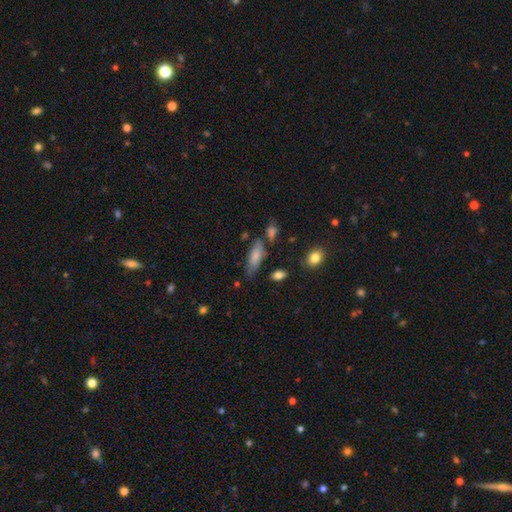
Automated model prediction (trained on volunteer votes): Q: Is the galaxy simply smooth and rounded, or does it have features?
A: smooth — 76%.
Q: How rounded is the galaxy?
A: in between — 66%.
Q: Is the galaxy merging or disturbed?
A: none — 59%.